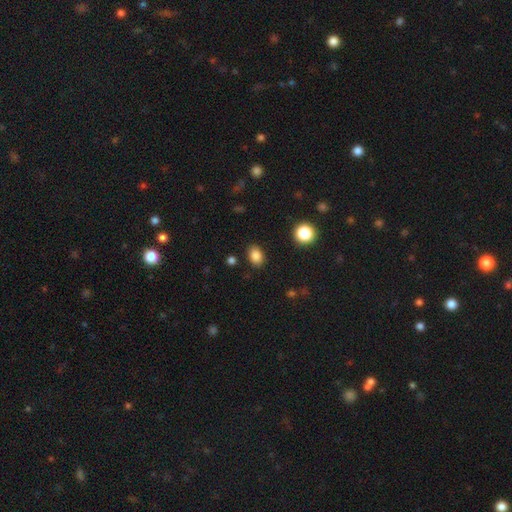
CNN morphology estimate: This is clearly a smooth galaxy (86%). How rounded: likely in between (74%). Merging: clearly none (86%).